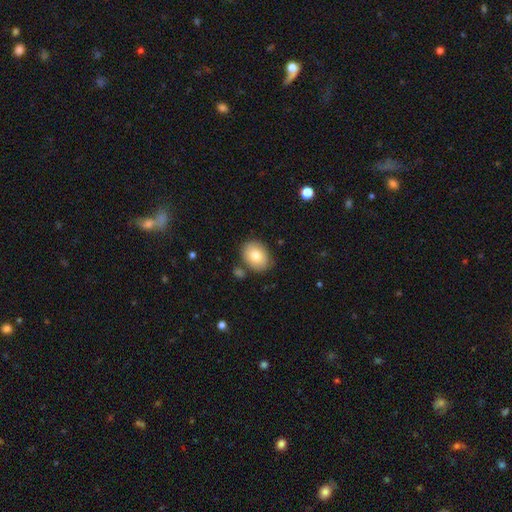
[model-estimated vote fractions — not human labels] smooth-or-featured: smooth: 79% | featured or disk: 14% | star or artifact: 8%
  how-rounded: in between: 68% | round: 31% | cigar-shaped: 1%
  merging: none: 79% | minor disturbance: 13% | merger: 5% | major disturbance: 3%